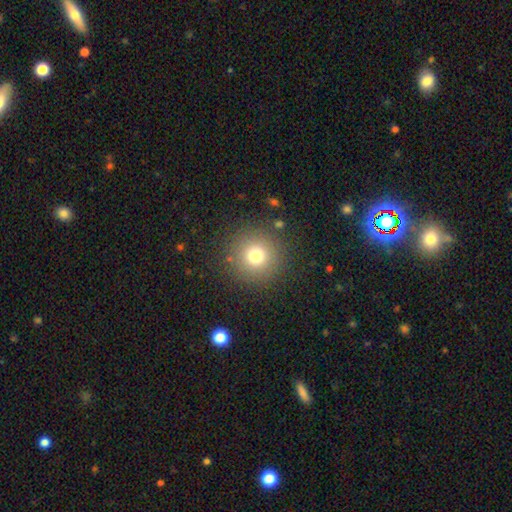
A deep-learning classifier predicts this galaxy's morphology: Overall: smooth (74%). How rounded: round (96%). Merging: none (88%).